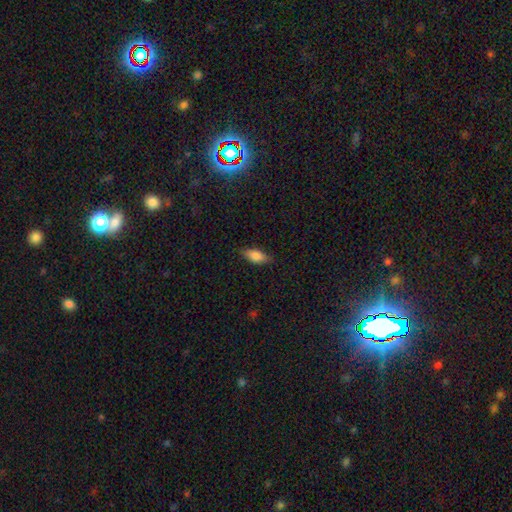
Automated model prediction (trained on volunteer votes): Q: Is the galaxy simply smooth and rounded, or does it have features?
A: smooth — 82%.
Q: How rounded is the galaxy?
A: in between — 84%.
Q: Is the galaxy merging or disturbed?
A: none — 82%.